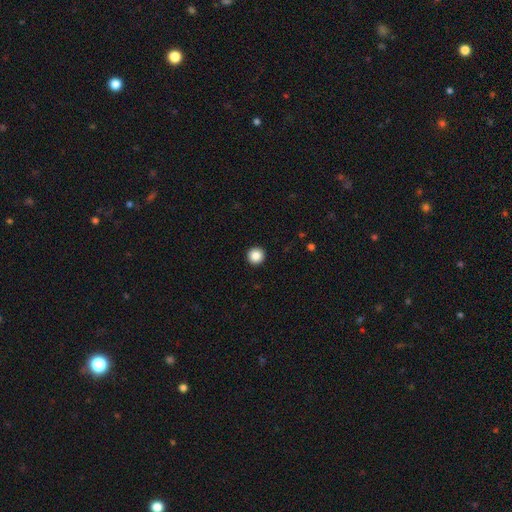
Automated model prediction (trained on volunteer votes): smooth 87%, star or artifact 9%, featured or disk 3%. Down the decision tree: how rounded — round (96%); merging — none (94%).